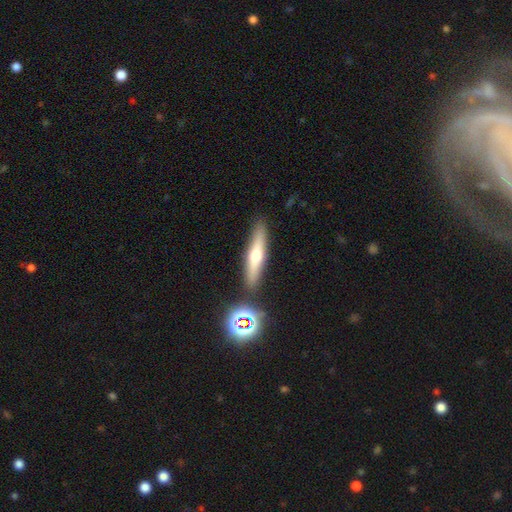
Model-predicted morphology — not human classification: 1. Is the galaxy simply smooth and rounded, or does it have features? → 45% smooth (tied), 45% featured or disk (tied), 10% star or artifact.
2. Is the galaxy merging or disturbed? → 85% none, 8% minor disturbance, 5% merger, 2% major disturbance.